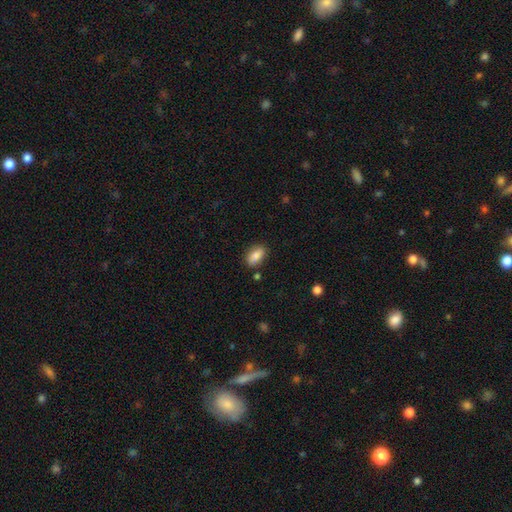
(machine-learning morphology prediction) The model was most divided on "merging": none: 82%, minor disturbance: 12%, merger: 3%, major disturbance: 3%. More confident: how rounded — in between (90%); smooth or featured — smooth (84%).